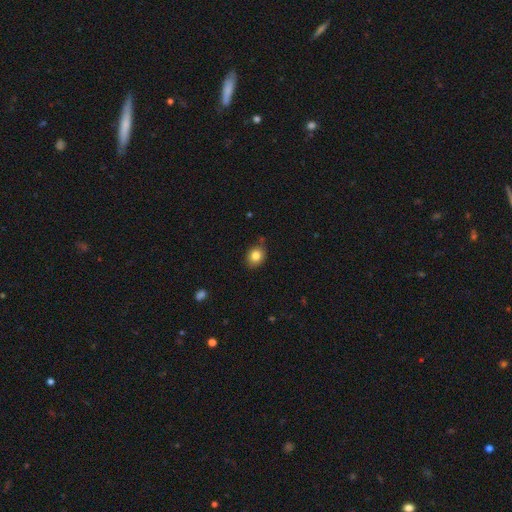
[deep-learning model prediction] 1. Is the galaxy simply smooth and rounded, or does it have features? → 83% smooth, 10% star or artifact, 7% featured or disk.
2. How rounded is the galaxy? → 53% round, 46% in between, 1% cigar-shaped.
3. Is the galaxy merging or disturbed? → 82% none, 13% minor disturbance, 3% merger, 2% major disturbance.